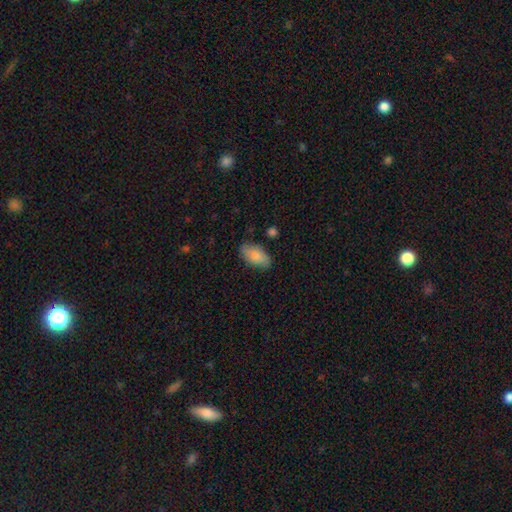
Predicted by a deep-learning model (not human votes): The model was most divided on "merging": none: 79%, minor disturbance: 16%, major disturbance: 3%, merger: 2%. More confident: how rounded — in between (93%); smooth or featured — smooth (82%).